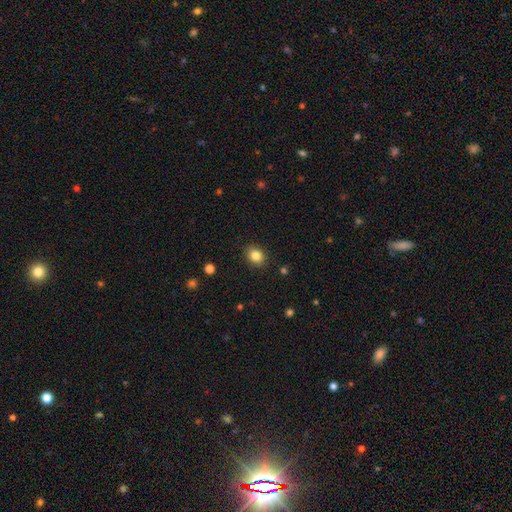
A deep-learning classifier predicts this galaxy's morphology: The model was most divided on "how rounded": round: 50%, in between: 49%, cigar-shaped: 1%. More confident: merging — none (88%); smooth or featured — smooth (84%).